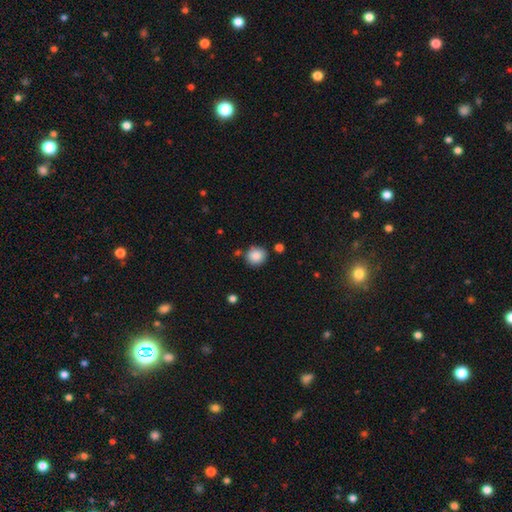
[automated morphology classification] A smooth galaxy with no disk features (87%) that is round (88%).

Vote fractions:
- Smooth or featured? smooth: 87% / star or artifact: 9% / featured or disk: 5%
- How rounded? round: 88% / in between: 11% / cigar-shaped: 1%
- Merging? none: 81% / minor disturbance: 11% / merger: 6% / major disturbance: 3%